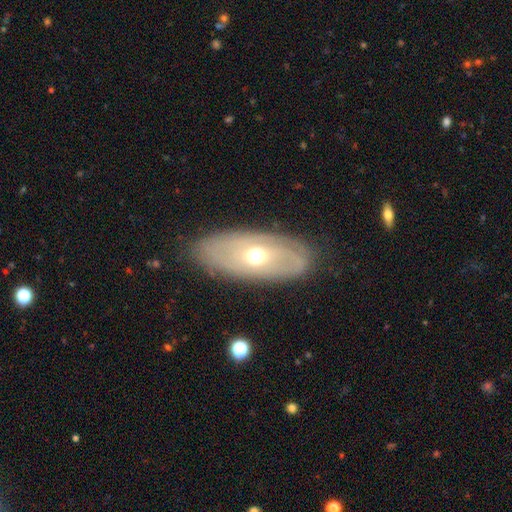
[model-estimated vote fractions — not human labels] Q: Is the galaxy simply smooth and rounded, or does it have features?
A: featured or disk — 61%.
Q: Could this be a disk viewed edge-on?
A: no — 82%.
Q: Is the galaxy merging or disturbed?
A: none — 81%.